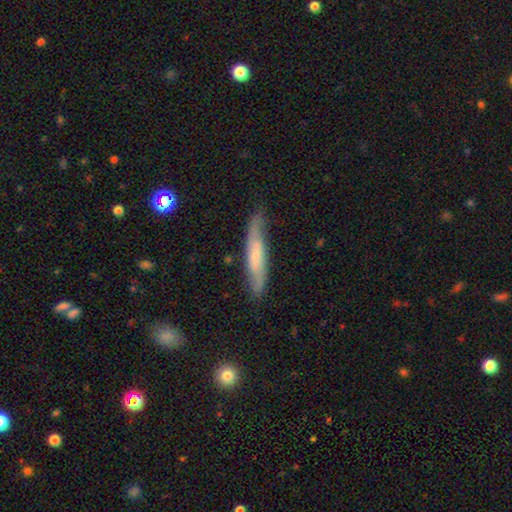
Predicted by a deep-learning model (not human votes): Q: Smooth or featured?
A: featured or disk (49%); runner-up: smooth (45%)
Q: Merging?
A: none (76%); runner-up: minor disturbance (18%)